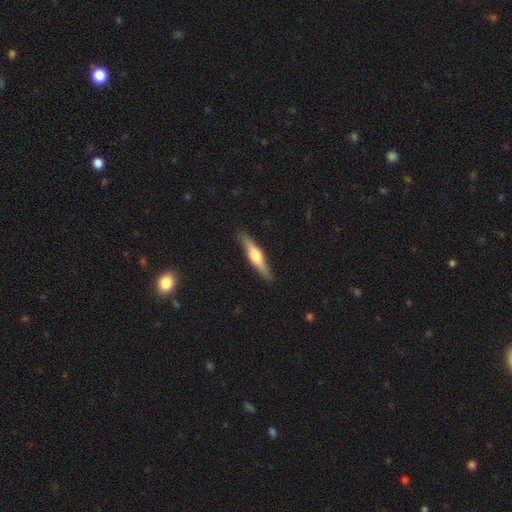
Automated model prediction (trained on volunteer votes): Smooth or featured? Predicted: featured or disk (p=0.56). Edge-on disk? Predicted: yes (p=0.95). Edge-on bulge? Predicted: rounded (p=0.92). Merging? Predicted: none (p=0.90).